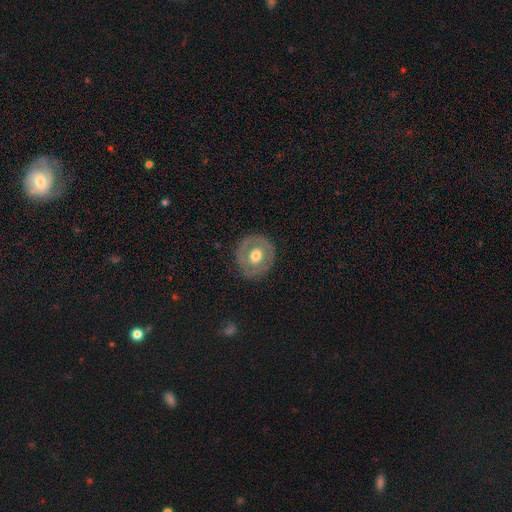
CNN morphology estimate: This appears to be a featured or disk galaxy (50%). Merging: none (82%).